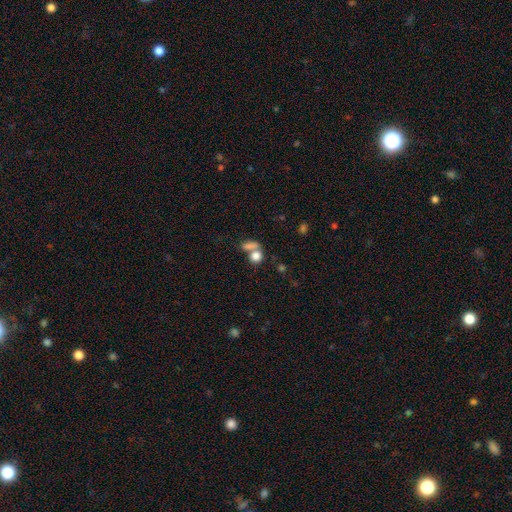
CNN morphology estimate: Overall: smooth (80%). How rounded: round (60%; in between 36%). Merging: merger (43%; none 42%).